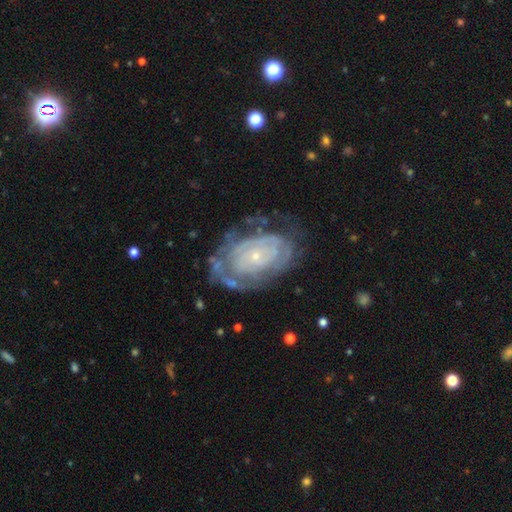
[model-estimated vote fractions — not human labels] This is likely a featured or disk galaxy (77%). It is clearly not viewed edge-on (95%). Bar: clearly no (84%). Spiral arm pattern: likely yes (74%). Spiral arm count: likely can't tell (62%). Spiral winding: likely tight (75%). Central bulge: clearly small (82%). Merging: possibly none (58%).